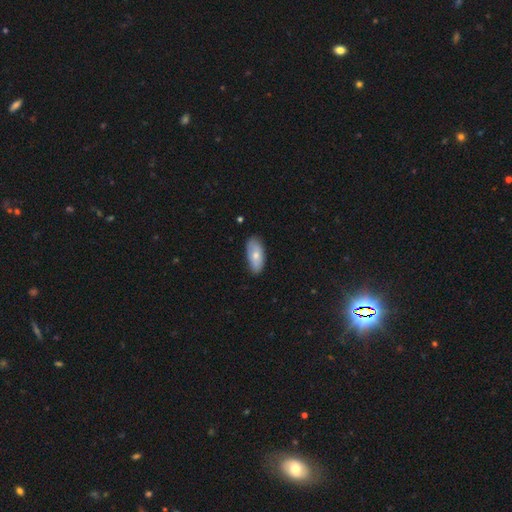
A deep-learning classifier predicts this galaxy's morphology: The model was most divided on "smooth or featured": smooth: 69%, featured or disk: 25%, star or artifact: 6%. More confident: how rounded — in between (89%); merging — none (77%).